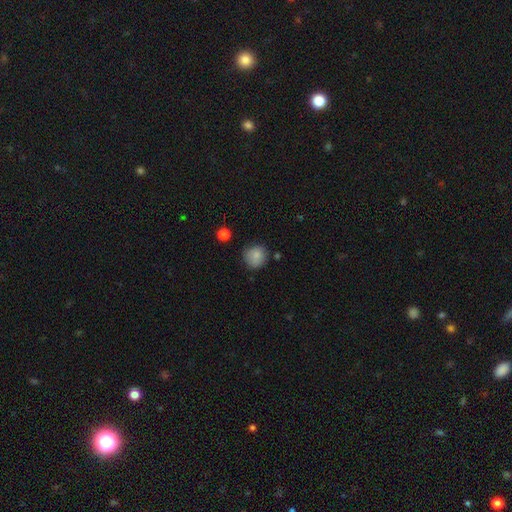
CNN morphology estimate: type=smooth (83%); roundness=round (90%); merging=none (76%).